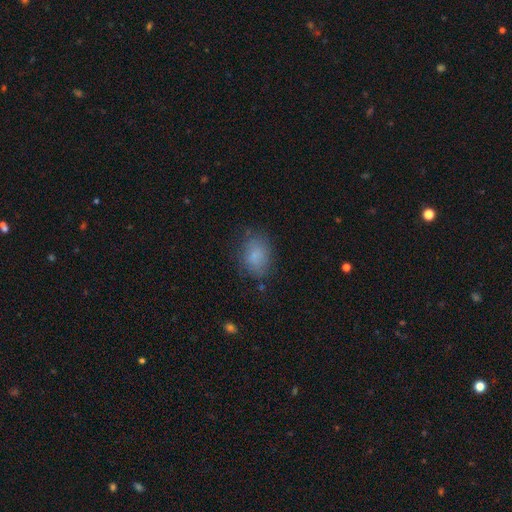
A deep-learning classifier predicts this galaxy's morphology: Smooth or featured? Predicted: smooth (p=0.78). How rounded? Predicted: in between (p=0.66). Merging? Predicted: none (p=0.72).